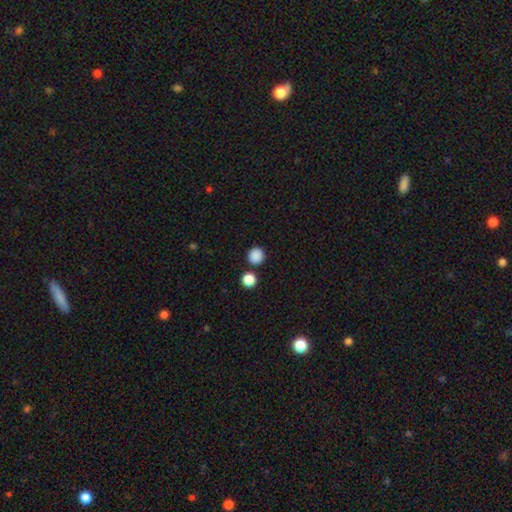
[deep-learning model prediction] A smooth galaxy with no disk features (86%) that is round (89%). Merging: none (84%).